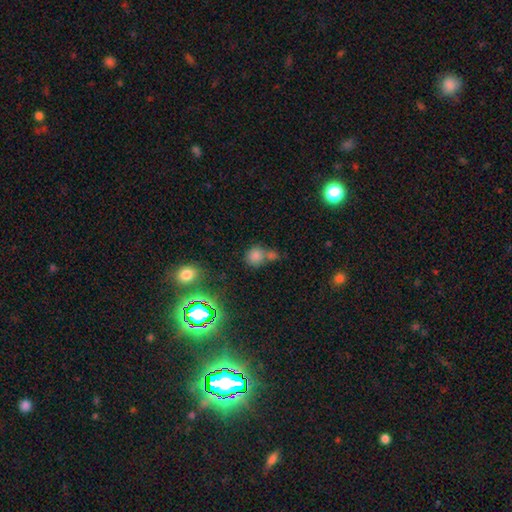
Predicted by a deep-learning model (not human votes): A smooth galaxy with no disk features (75%) that is round (84%).

Vote fractions:
- Smooth or featured? smooth: 75% / star or artifact: 17% / featured or disk: 8%
- How rounded? round: 84% / in between: 14% / cigar-shaped: 1%
- Merging? none: 45% / merger: 42% / minor disturbance: 9% / major disturbance: 4%